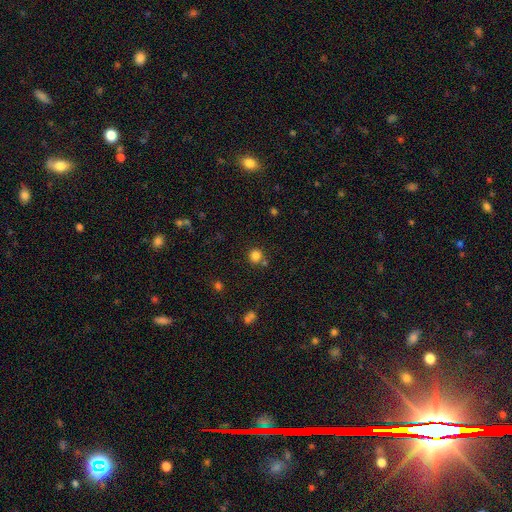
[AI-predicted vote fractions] This is clearly a smooth galaxy (82%). How rounded: clearly round (91%). Merging: likely none (76%).